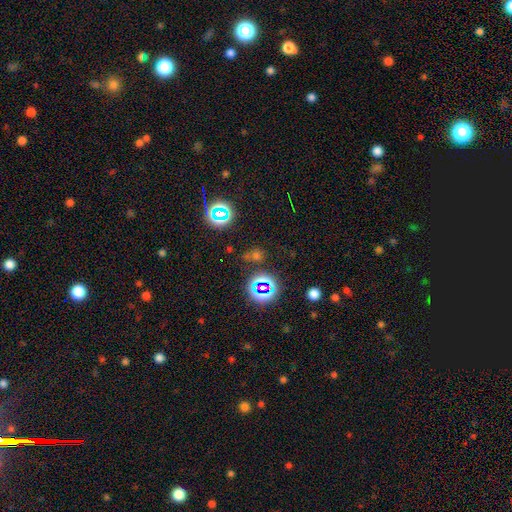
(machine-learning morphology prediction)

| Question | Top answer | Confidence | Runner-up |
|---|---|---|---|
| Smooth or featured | star or artifact | 56% | smooth (34%) |